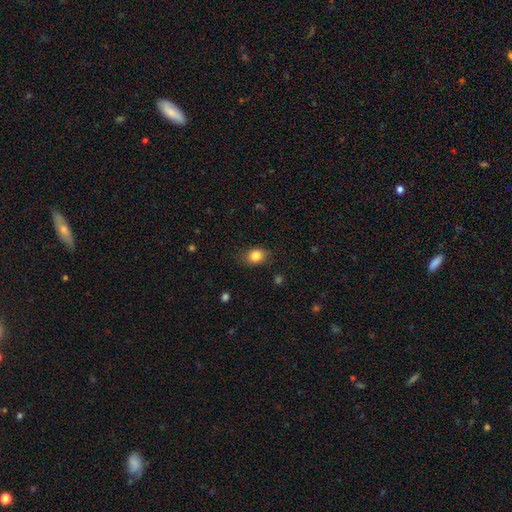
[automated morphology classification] A smooth galaxy with no disk features (84%) that is in between round and cigar-shaped (59%).

Vote fractions:
- Smooth or featured? smooth: 84% / star or artifact: 9% / featured or disk: 7%
- How rounded? in between: 59% / round: 39% / cigar-shaped: 1%
- Merging? none: 79% / minor disturbance: 16% / major disturbance: 4% / merger: 1%